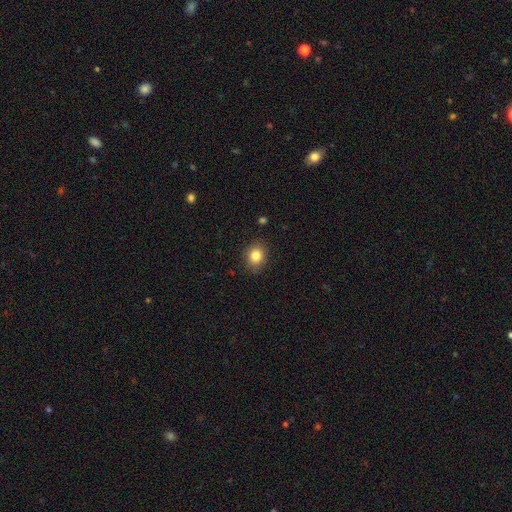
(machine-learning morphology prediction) Smooth or featured?
  - smooth: 83% *
  - star or artifact: 10%
  - featured or disk: 6%
How rounded?
  - round: 61% *
  - in between: 38%
  - cigar-shaped: 1%
Merging?
  - none: 86% *
  - minor disturbance: 10%
  - major disturbance: 2%
  - merger: 1%